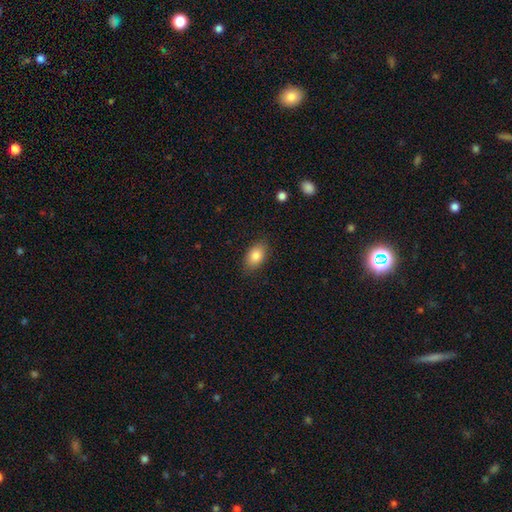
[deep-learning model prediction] smooth 84%, featured or disk 8%, star or artifact 8%. Down the decision tree: how rounded — in between (89%); merging — none (84%).